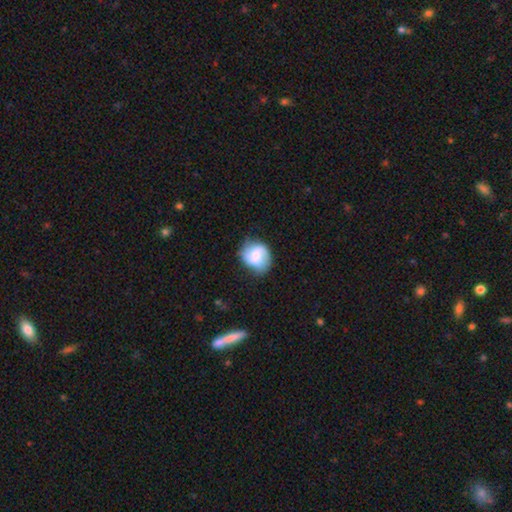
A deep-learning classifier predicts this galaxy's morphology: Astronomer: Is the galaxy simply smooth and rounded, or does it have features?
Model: featured or disk — 48% (runner-up: smooth, 44%).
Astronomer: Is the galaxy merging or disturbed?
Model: none — 66%.